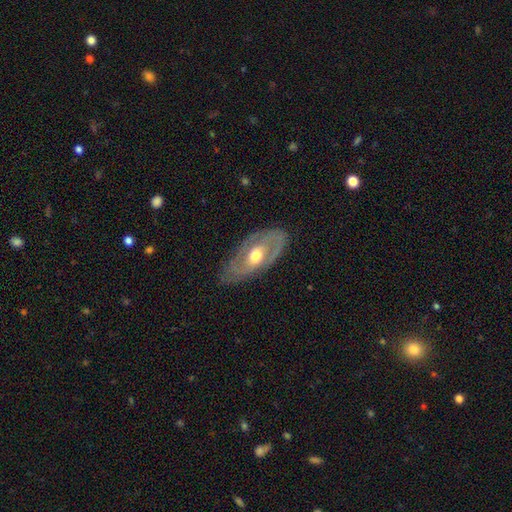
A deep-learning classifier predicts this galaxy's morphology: A featured or disk galaxy (72%) with no bar (68%), spiral arms (61%) and a moderate central bulge (74%). Merging: none (75%).